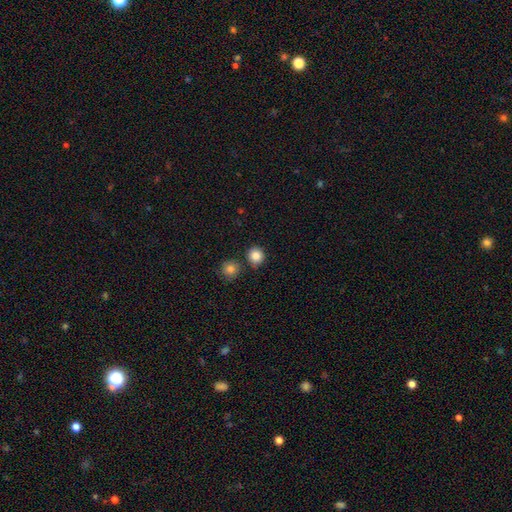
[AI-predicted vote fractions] A smooth galaxy with no disk features (85%) that is round (90%). Merging: none (80%).